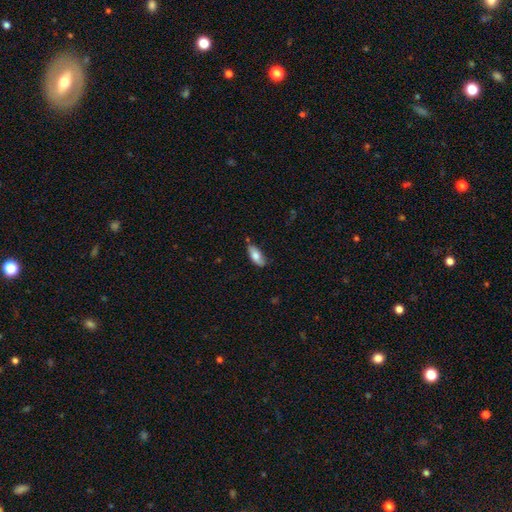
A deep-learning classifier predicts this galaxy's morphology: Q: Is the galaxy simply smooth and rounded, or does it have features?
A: smooth — 76%.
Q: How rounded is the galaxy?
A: in between — 84%.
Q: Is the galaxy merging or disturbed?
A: none — 66%.